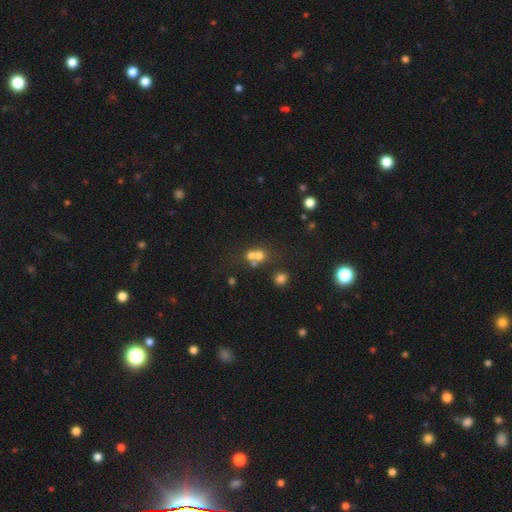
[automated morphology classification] smooth-or-featured: smooth: 63% | featured or disk: 19% | star or artifact: 18%
  how-rounded: round: 80% | in between: 19% | cigar-shaped: 1%
  merging: merger: 53% | none: 36% | minor disturbance: 7% | major disturbance: 4%